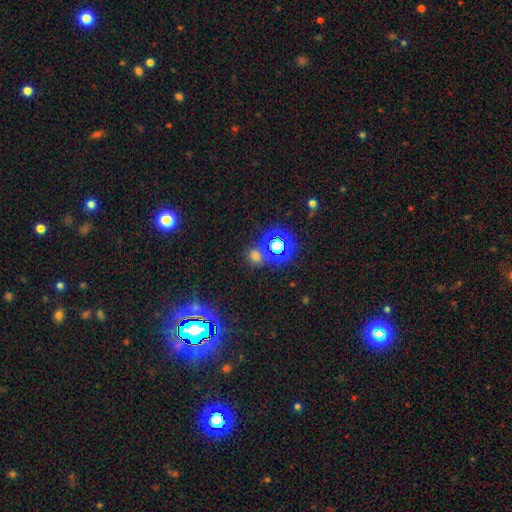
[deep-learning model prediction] Morphology: type=smooth (52%); roundness=round (73%); merging=none (67%).